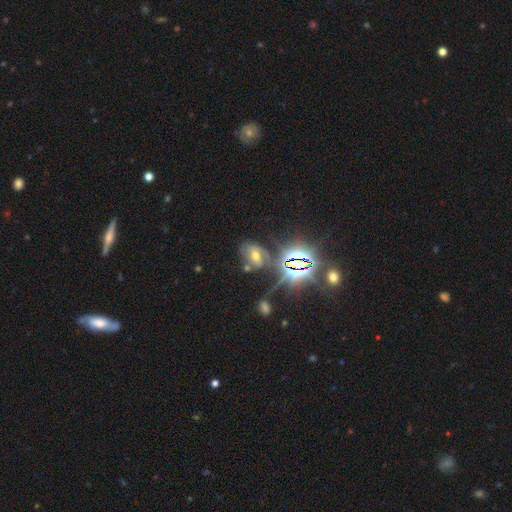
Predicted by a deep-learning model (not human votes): Smooth or featured? Predicted: star or artifact (p=0.42).